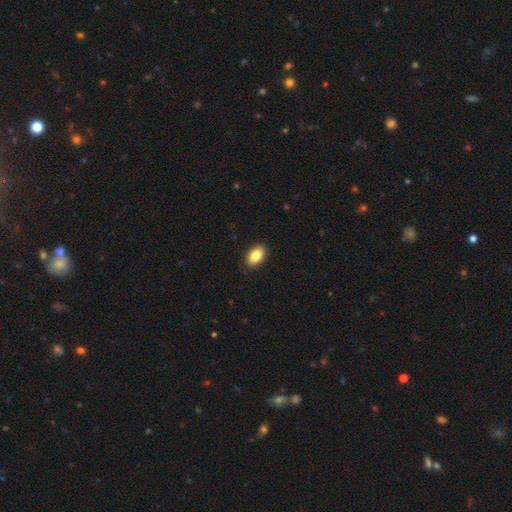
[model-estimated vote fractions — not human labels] Q: Smooth or featured?
A: smooth (87%); runner-up: star or artifact (7%)
Q: How rounded?
A: in between (92%); runner-up: round (6%)
Q: Merging?
A: none (89%); runner-up: minor disturbance (8%)